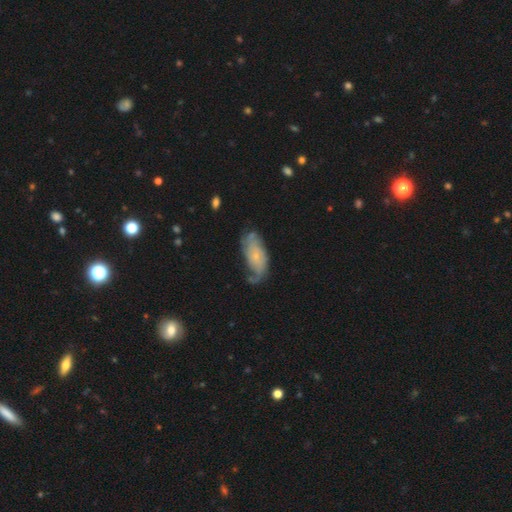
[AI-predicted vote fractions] smooth-or-featured: featured or disk: 54% | smooth: 39% | star or artifact: 7%
  disk-edge-on: no: 93% | yes: 7%
  merging: none: 46% | minor disturbance: 30% | major disturbance: 20% | merger: 4%